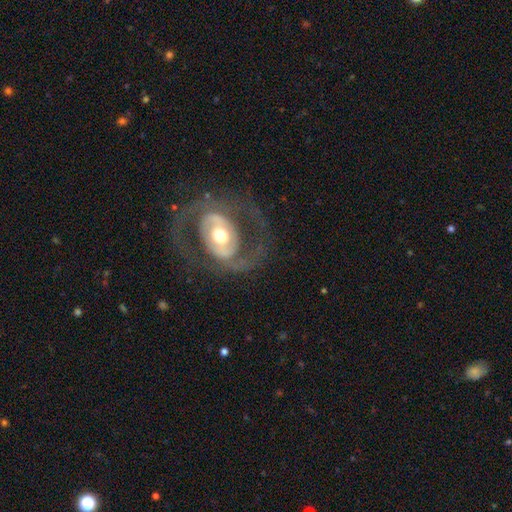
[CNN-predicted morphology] This is clearly a featured or disk galaxy (86%). It is clearly not viewed edge-on (97%). Bar: marginally no (37%). Spiral arm pattern: clearly yes (85%). Spiral arm count: clearly 2 (89%). Spiral winding: possibly medium (52%). Central bulge: likely moderate (63%). Merging: likely none (76%).